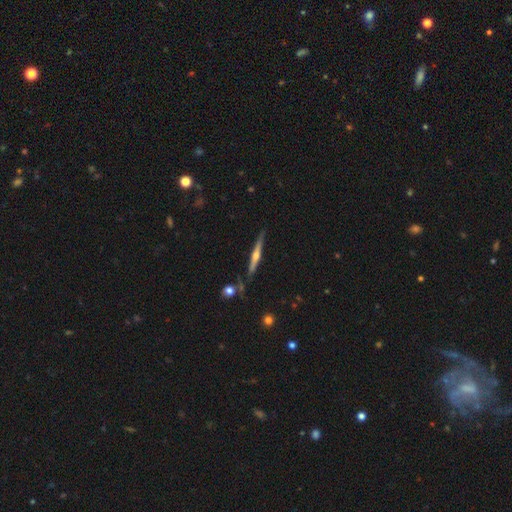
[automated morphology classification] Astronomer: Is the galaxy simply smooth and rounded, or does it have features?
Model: featured or disk — 69%.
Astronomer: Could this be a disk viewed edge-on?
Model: yes — 97%.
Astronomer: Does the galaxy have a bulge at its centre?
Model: rounded — 84%.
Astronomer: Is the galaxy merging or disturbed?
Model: none — 80%.